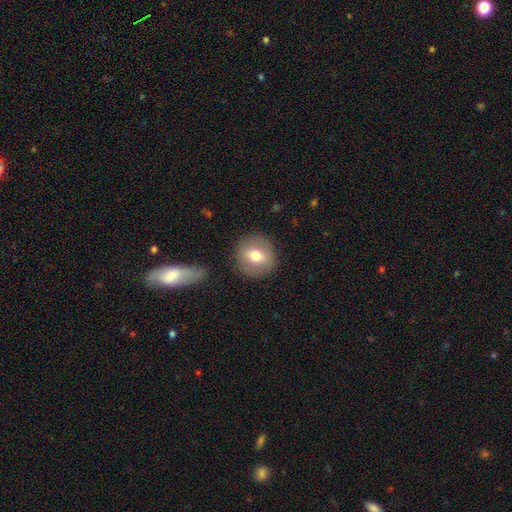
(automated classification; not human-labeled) Q: Smooth or featured?
A: smooth (69%); runner-up: featured or disk (23%)
Q: How rounded?
A: round (90%); runner-up: in between (9%)
Q: Merging?
A: none (88%); runner-up: minor disturbance (8%)